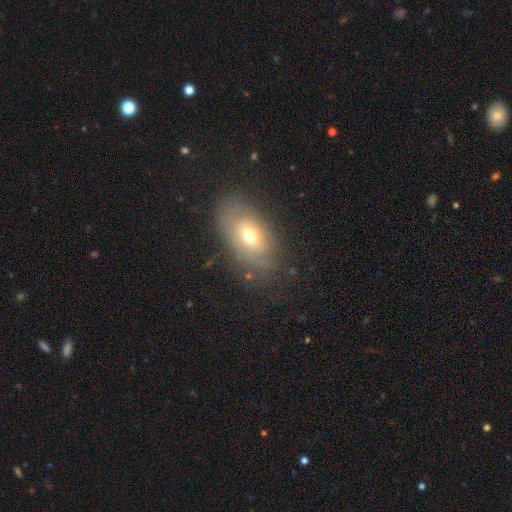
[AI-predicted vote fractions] This is possibly a smooth galaxy (47%). Merging: likely none (75%).